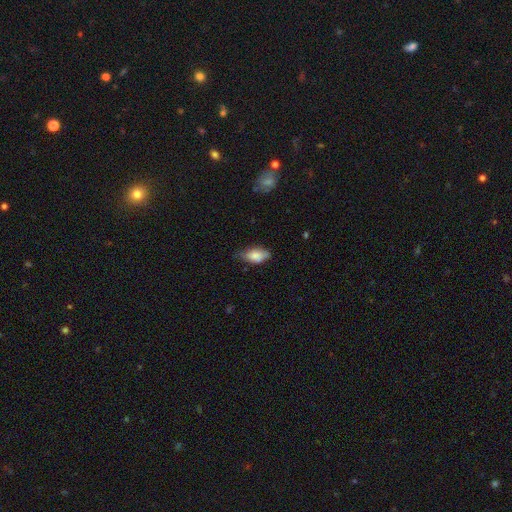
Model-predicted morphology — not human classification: A smooth galaxy with no disk features (79%) that is in between round and cigar-shaped (89%).

Vote fractions:
- Smooth or featured? smooth: 79% / featured or disk: 14% / star or artifact: 7%
- How rounded? in between: 89% / cigar-shaped: 7% / round: 4%
- Merging? none: 56% / minor disturbance: 35% / major disturbance: 7% / merger: 2%